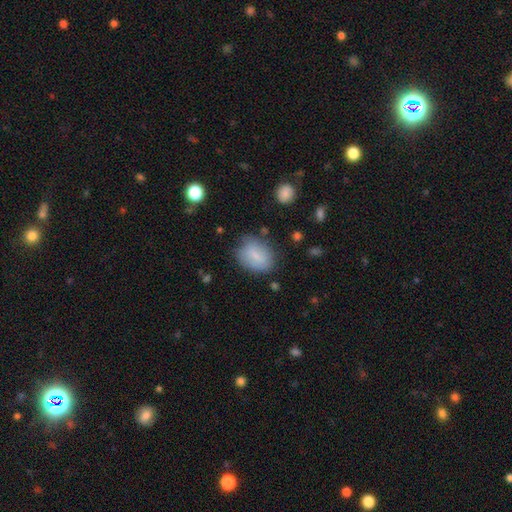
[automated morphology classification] smooth 74%, featured or disk 18%, star or artifact 8%. Down the decision tree: how rounded — in between (70%); merging — none (71%).